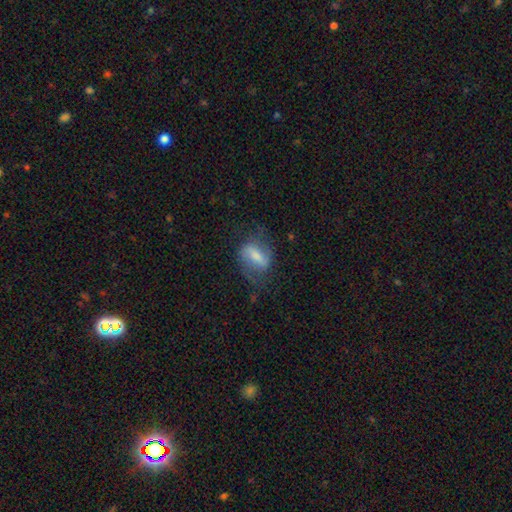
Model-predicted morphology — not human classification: type=featured or disk (52%); edge-on=no (92%); merging=none (60%).